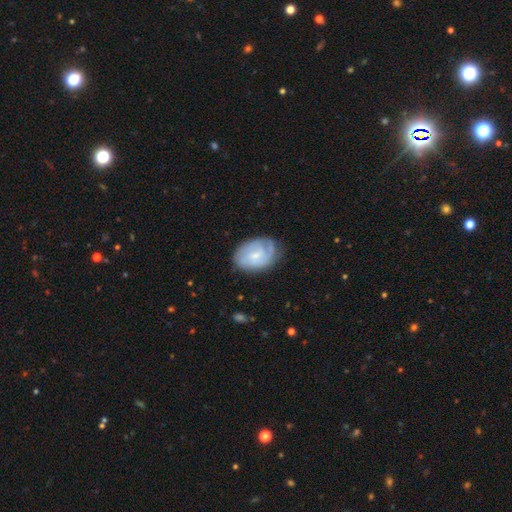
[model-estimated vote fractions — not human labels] This appears to be a featured or disk galaxy (69%) with no bar (54%), 2 (36%) tight (55%) spiral arms (91%) and a small central bulge (65%). Merging: none (71%).